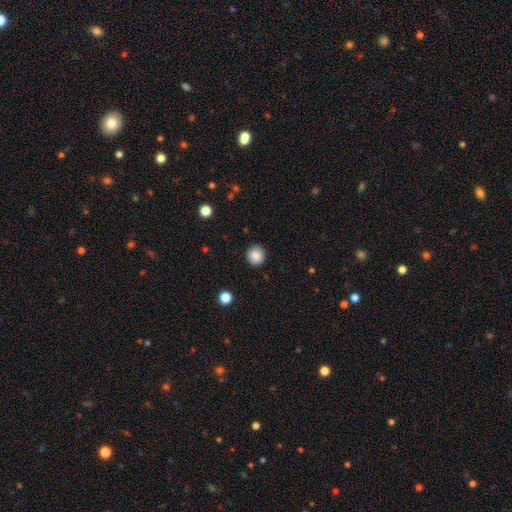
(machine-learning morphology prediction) smooth 85%, star or artifact 9%, featured or disk 6%. Down the decision tree: how rounded — round (94%); merging — none (91%).